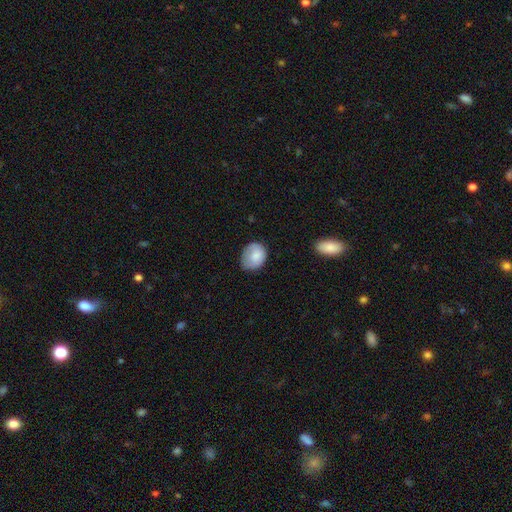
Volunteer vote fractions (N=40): smooth 90%, featured or disk 8%, star or artifact 2%. Down the decision tree: how rounded — round (61%); merging — none (51%).